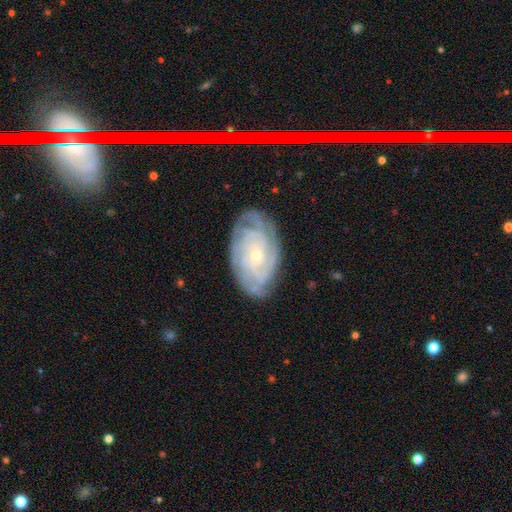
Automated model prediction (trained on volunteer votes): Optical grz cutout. It shows a featured or disk galaxy (81%) with no bar (76%), tight (73%) spiral arms (94%) and a small central bulge (80%). Merging: none (77%).